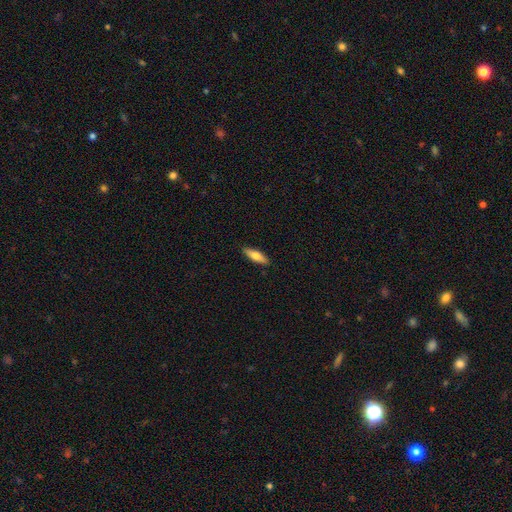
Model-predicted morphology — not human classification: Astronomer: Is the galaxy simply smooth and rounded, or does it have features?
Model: smooth — 68%.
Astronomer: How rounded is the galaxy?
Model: in between — 49%, tied with cigar-shaped at 49%.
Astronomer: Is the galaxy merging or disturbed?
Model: none — 89%.